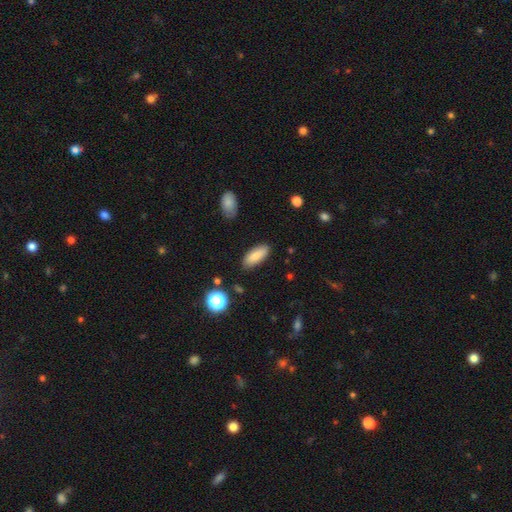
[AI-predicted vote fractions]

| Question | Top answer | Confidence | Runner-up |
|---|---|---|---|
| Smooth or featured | smooth | 85% | star or artifact (8%) |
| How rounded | in between | 75% | cigar-shaped (23%) |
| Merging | none | 85% | minor disturbance (10%) |